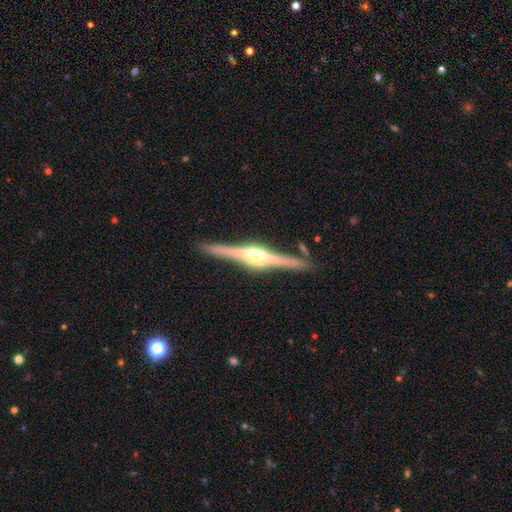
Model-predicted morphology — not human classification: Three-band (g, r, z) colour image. It shows a featured or disk galaxy (87%) viewed edge-on (98%) with a rounded central bulge (89%). Merging: none (89%).